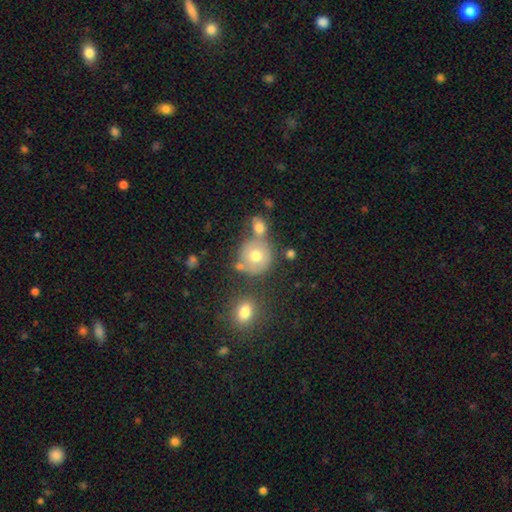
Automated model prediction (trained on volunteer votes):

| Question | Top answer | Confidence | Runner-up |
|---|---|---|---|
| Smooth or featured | smooth | 65% | featured or disk (24%) |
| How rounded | round | 88% | in between (11%) |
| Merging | none | 56% | merger (24%) |